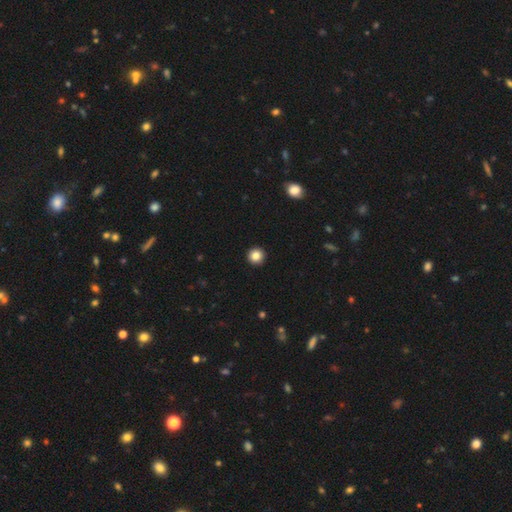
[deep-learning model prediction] Overall: smooth (85%). How rounded: round (96%). Merging: none (94%).